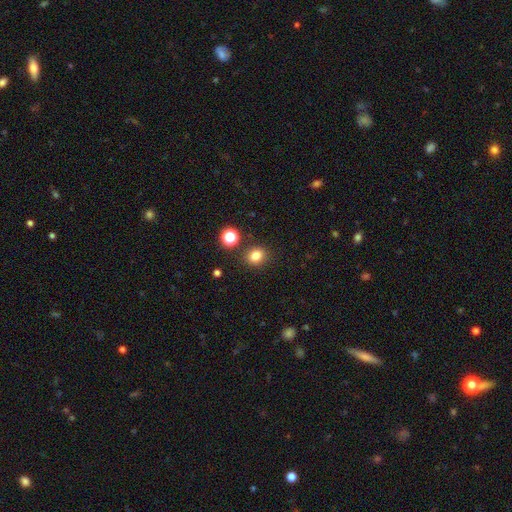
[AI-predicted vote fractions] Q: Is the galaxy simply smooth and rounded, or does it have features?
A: smooth — 80%.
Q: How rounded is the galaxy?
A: round — 67%.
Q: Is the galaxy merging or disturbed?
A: none — 85%.